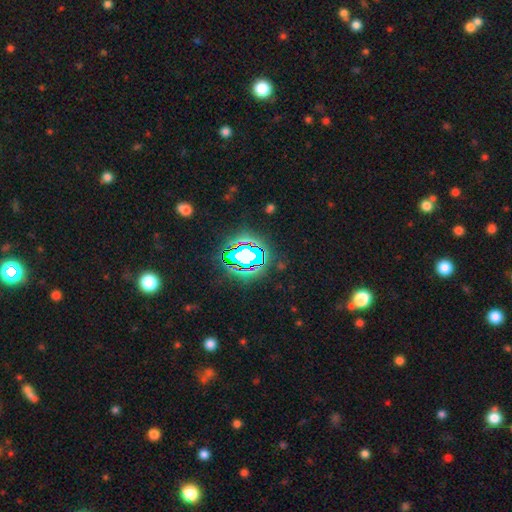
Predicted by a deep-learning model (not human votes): A star or artifact, not a galaxy (75%).

Vote fractions:
- Smooth or featured? star or artifact: 75% / smooth: 15% / featured or disk: 10%